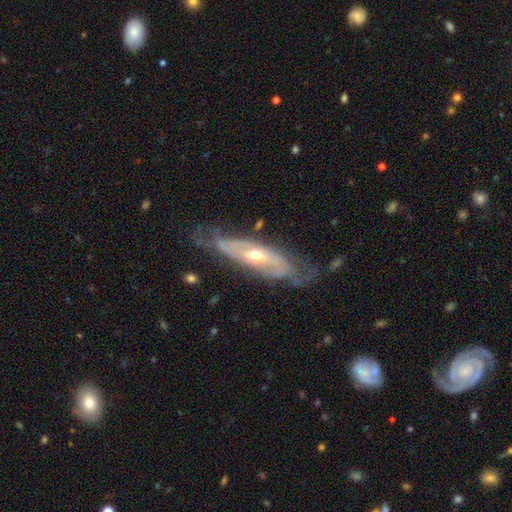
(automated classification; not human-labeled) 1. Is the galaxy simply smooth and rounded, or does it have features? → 80% featured or disk, 14% smooth, 5% star or artifact.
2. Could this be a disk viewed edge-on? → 74% no, 26% yes.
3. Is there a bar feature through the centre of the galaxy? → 57% no, 29% weak, 13% strong.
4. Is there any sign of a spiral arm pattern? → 81% yes, 19% no.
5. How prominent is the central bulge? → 61% moderate, 34% small, 3% large, 1% none, 1% dominant.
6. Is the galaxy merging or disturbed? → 62% none, 25% minor disturbance, 11% major disturbance, 2% merger.